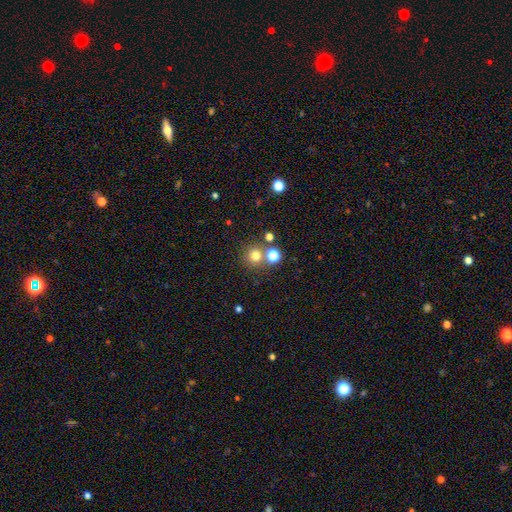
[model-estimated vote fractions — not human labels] Overall: smooth (73%). How rounded: round (92%). Merging: none (71%).